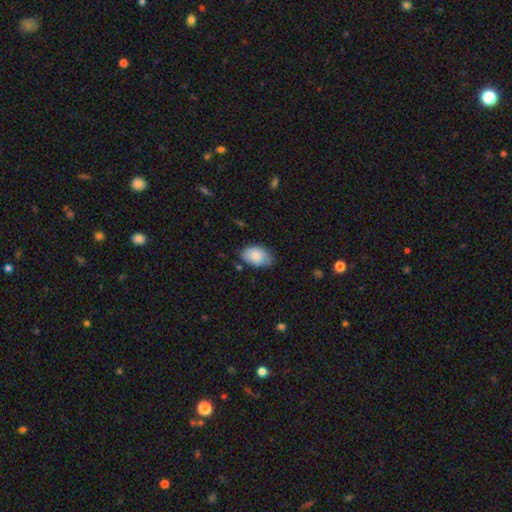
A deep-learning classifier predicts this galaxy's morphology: This is clearly a smooth galaxy (83%). How rounded: clearly in between (88%). Merging: likely none (69%).